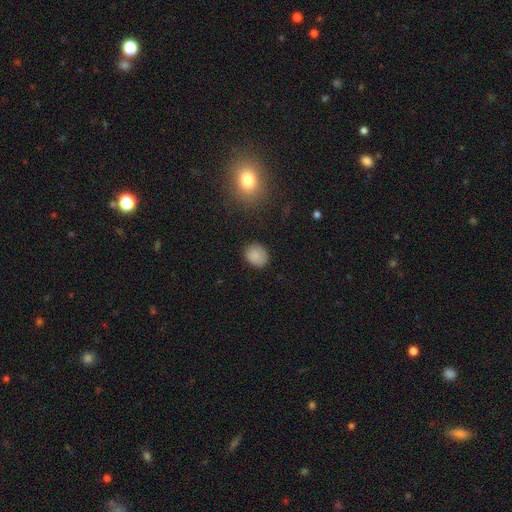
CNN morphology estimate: Smooth or featured: smooth — 86% (star or artifact — 10%)
How rounded: round — 66% (in between — 33%)
Merging: none — 85% (minor disturbance — 11%)